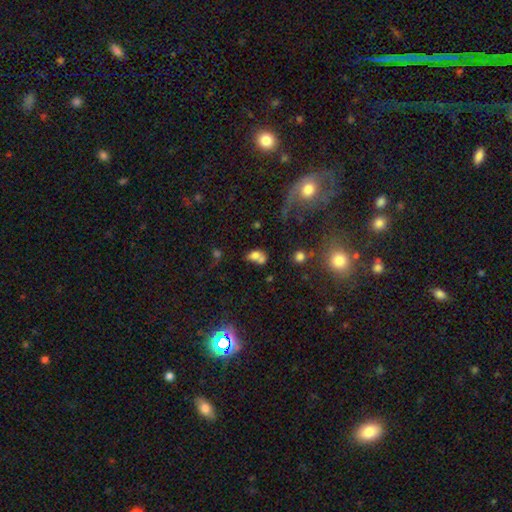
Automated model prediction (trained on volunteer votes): smooth 70%, featured or disk 17%, star or artifact 13%. Down the decision tree: how rounded — in between (68%); merging — merger (56%).